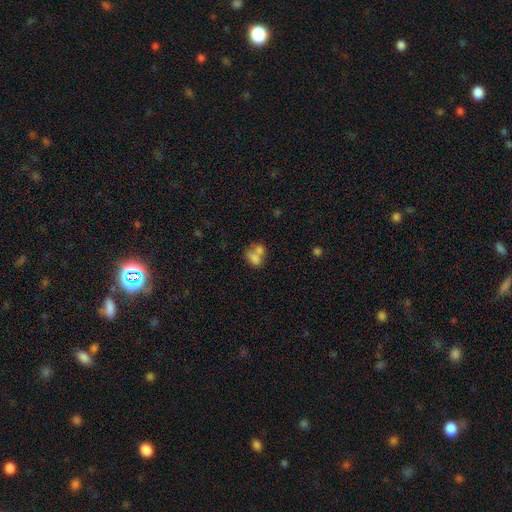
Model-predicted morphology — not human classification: Smooth or featured? smooth (70%)
How rounded? in between (68%)
Merging? merger (61%)